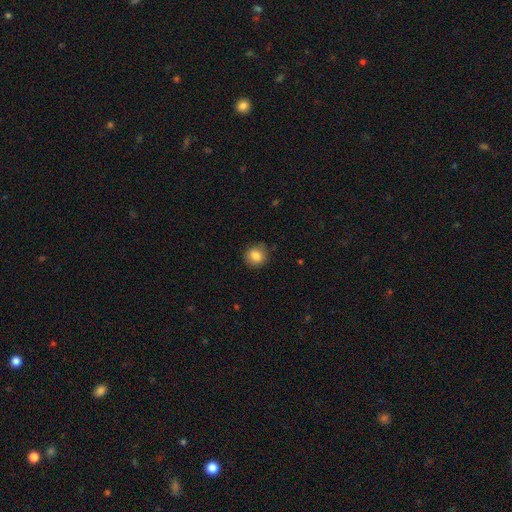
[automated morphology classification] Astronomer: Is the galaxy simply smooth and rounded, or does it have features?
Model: smooth — 84%.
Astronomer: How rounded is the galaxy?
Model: round — 84%.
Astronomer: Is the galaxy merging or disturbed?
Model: none — 83%.